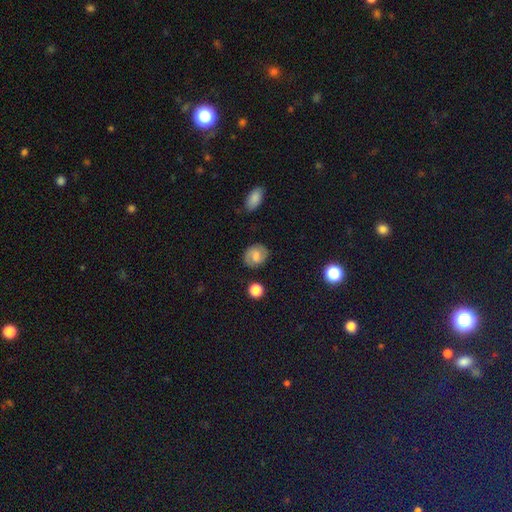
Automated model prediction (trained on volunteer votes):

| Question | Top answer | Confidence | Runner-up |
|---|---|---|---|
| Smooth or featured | smooth | 54% | featured or disk (36%) |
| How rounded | round | 65% | in between (34%) |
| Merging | none | 79% | minor disturbance (15%) |